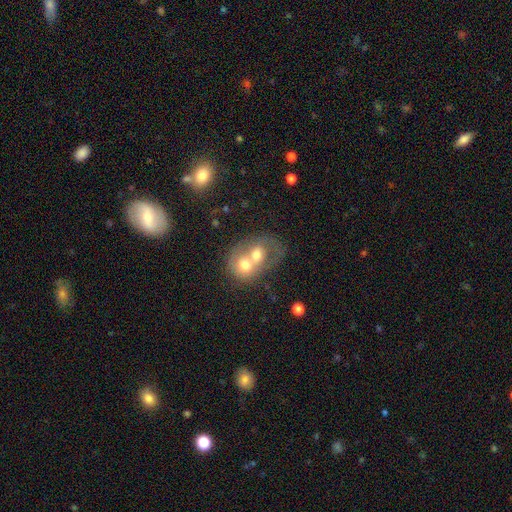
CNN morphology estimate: Overall: smooth (47%; featured or disk 40%). Merging: merger (73%).